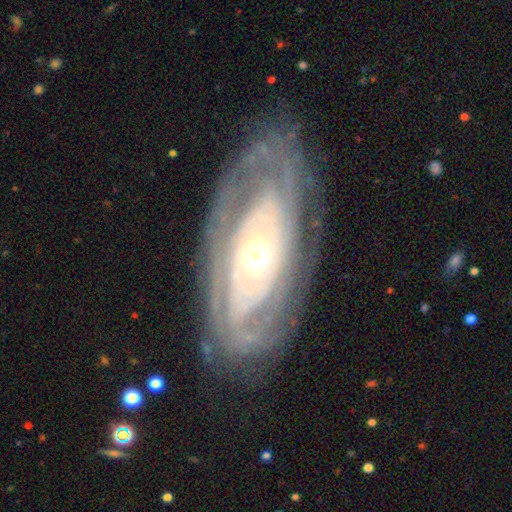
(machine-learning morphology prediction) Smooth or featured?
  - featured or disk: 86% *
  - smooth: 9%
  - star or artifact: 5%
Edge-on disk?
  - no: 90% *
  - yes: 10%
Bar?
  - no: 76% *
  - weak: 16%
  - strong: 8%
Spiral arms?
  - yes: 88% *
  - no: 12%
Spiral winding?
  - tight: 79% *
  - medium: 16%
  - loose: 5%
Spiral arm count?
  - can't tell: 48% *
  - 2: 19%
  - 3: 12%
  - 4: 8%
  - more than 4: 8%
  - 1: 5%
Bulge size?
  - moderate: 52% *
  - small: 40%
  - large: 5%
  - dominant: 1%
  - none: 1%
Merging?
  - none: 79% *
  - minor disturbance: 14%
  - major disturbance: 6%
  - merger: 1%